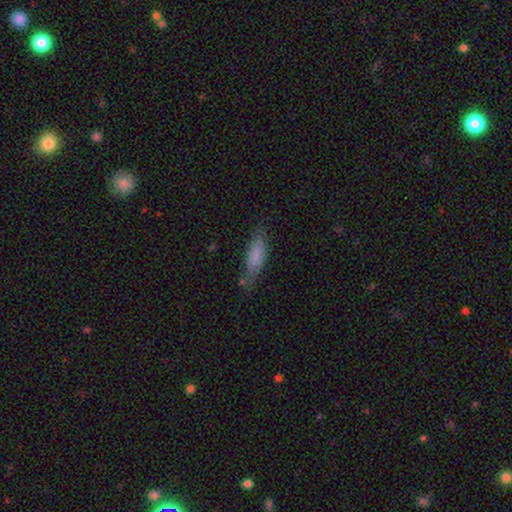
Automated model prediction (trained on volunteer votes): The model was most divided on "how rounded": cigar-shaped: 51%, in between: 47%, round: 2%. More confident: smooth or featured — smooth (79%); merging — none (64%).